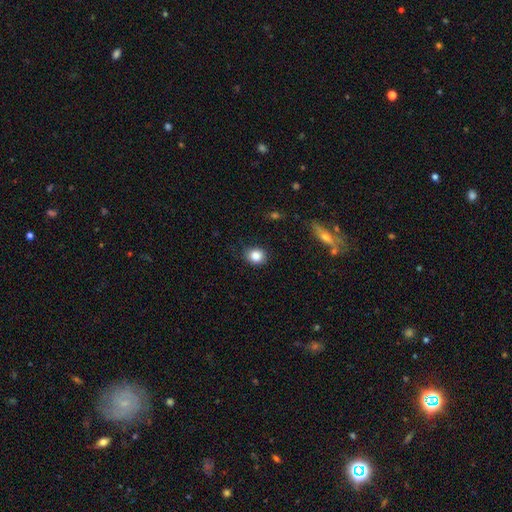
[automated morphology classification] Smooth or featured? Predicted: smooth (p=0.86). How rounded? Predicted: round (p=0.73). Merging? Predicted: none (p=0.79).